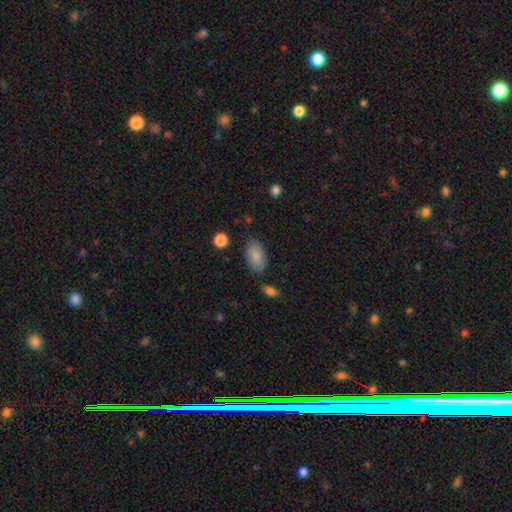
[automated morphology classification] smooth_or_featured: smooth (p=0.85) [alt: featured or disk p=0.08]
how_rounded: in between (p=0.93) [alt: round p=0.04]
merging: none (p=0.80) [alt: minor disturbance p=0.14]